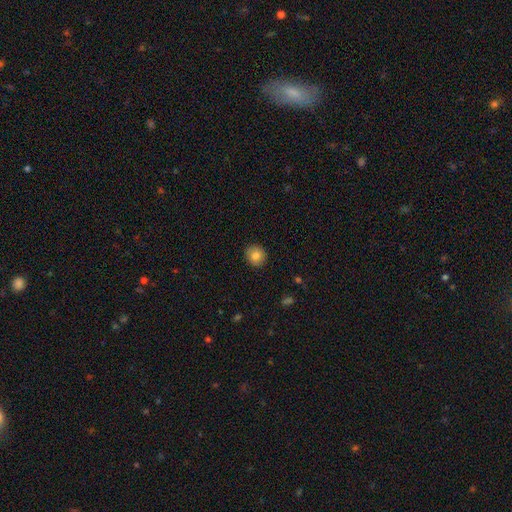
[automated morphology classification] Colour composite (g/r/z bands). It shows a smooth galaxy with no disk features (81%) that is round (87%). Merging: none (90%).